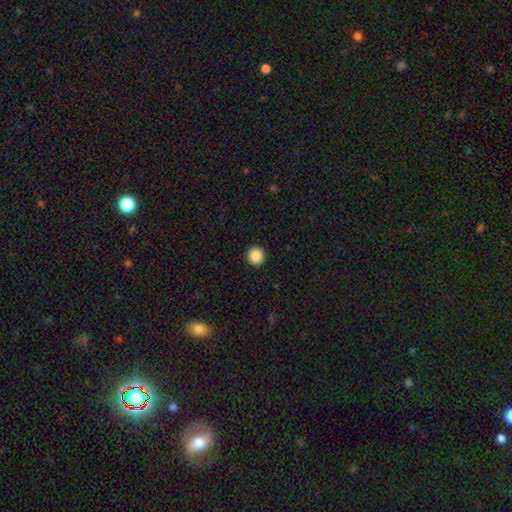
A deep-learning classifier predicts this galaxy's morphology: A smooth galaxy with no disk features (88%) that is round (96%). Merging: none (94%).